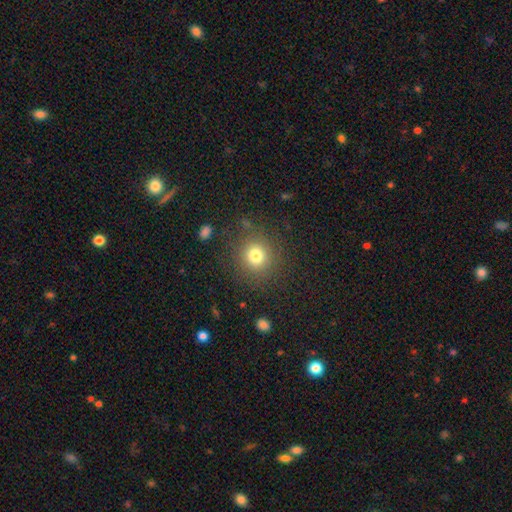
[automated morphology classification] A smooth galaxy with no disk features (77%) that is round (90%). Merging: none (85%).